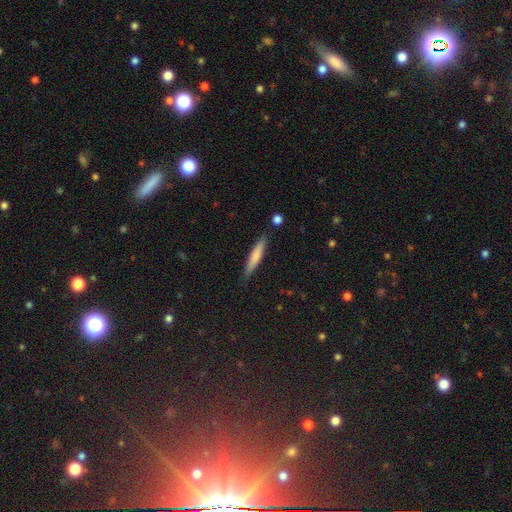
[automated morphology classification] This is likely a smooth galaxy (69%). How rounded: clearly cigar-shaped (92%). Merging: clearly none (85%).